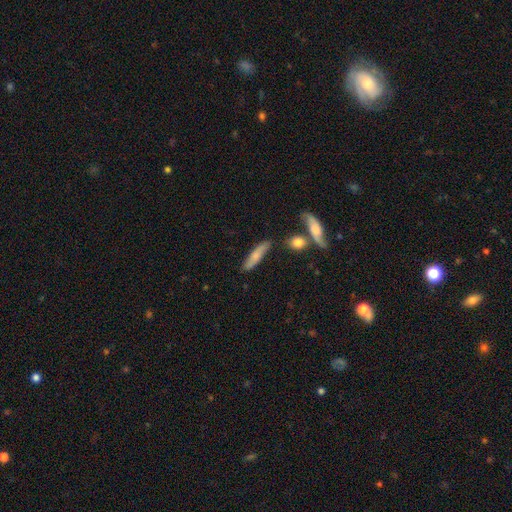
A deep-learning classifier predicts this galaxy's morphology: A smooth galaxy with no disk features (66%) that is cigar-shaped (77%).

Vote fractions:
- Smooth or featured? smooth: 66% / featured or disk: 28% / star or artifact: 6%
- How rounded? cigar-shaped: 77% / in between: 21% / round: 2%
- Merging? none: 74% / minor disturbance: 15% / merger: 7% / major disturbance: 4%